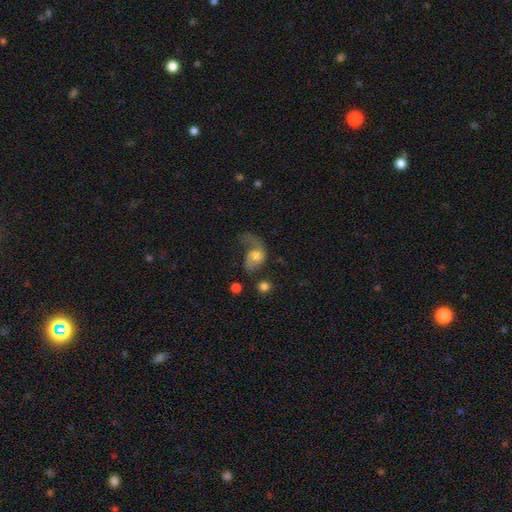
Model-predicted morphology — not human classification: A smooth galaxy with no disk features (46%).

Vote fractions:
- Smooth or featured? smooth: 46% / featured or disk: 45% / star or artifact: 9%
- Merging? major disturbance: 56% / none: 18% / minor disturbance: 16% / merger: 9%